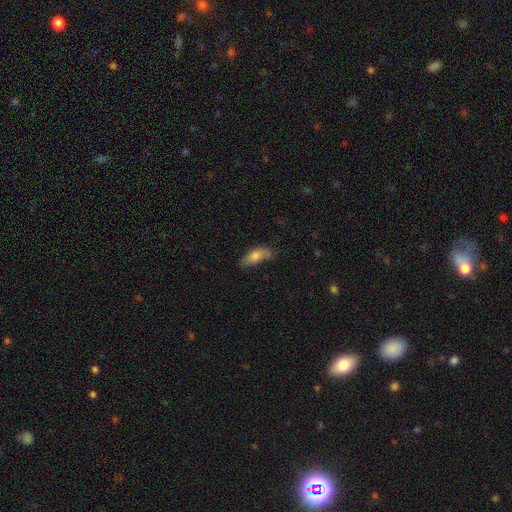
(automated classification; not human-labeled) This appears to be a smooth galaxy with no disk features (77%) that is in between round and cigar-shaped (78%). Merging: none (54%).